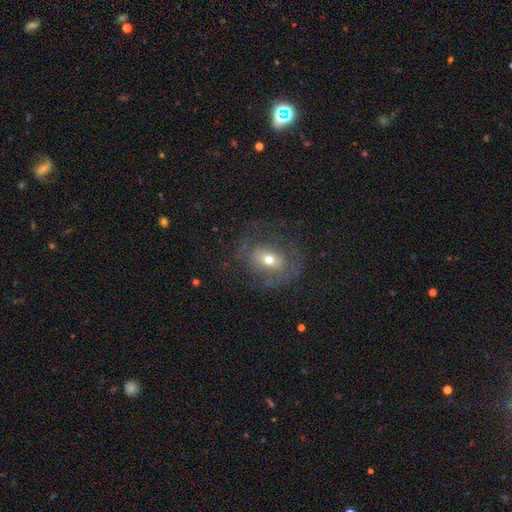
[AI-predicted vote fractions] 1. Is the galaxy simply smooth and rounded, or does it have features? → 59% featured or disk, 25% smooth, 16% star or artifact.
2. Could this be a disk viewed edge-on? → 93% no, 7% yes.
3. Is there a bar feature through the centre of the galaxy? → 44% no, 36% weak, 20% strong.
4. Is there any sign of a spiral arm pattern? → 61% yes, 39% no.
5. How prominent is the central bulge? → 59% moderate, 33% small, 5% large, 1% none, 1% dominant.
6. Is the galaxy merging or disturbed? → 73% none, 15% minor disturbance, 11% major disturbance, 1% merger.